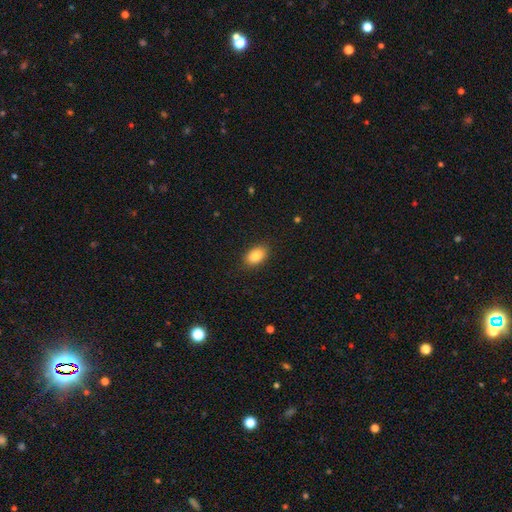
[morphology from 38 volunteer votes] Smooth or featured? smooth (87%)
How rounded? in between (82%)
Merging? none (84%)